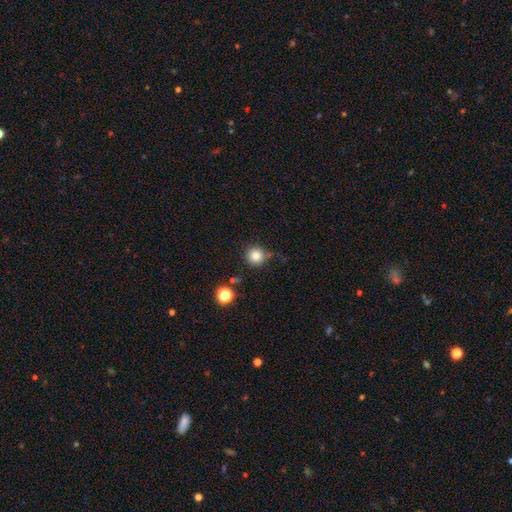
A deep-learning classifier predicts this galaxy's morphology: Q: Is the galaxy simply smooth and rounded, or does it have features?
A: smooth — 82%.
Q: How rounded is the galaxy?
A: round — 95%.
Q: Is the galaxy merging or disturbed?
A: none — 77%.